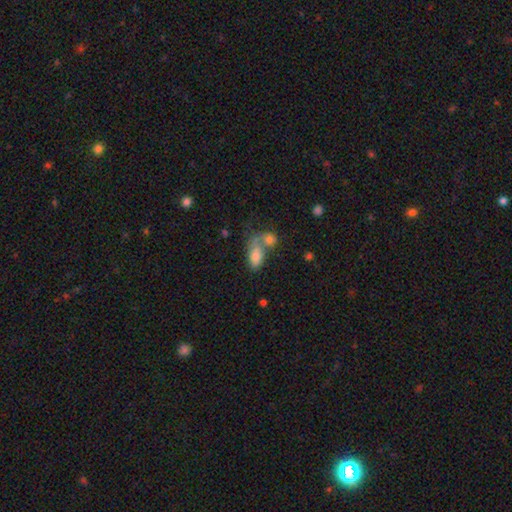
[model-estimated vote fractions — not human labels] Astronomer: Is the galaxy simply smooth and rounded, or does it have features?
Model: smooth — 78%.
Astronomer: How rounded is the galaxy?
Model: in between — 88%.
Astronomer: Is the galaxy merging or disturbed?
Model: merger — 46% (runner-up: none, 34%).